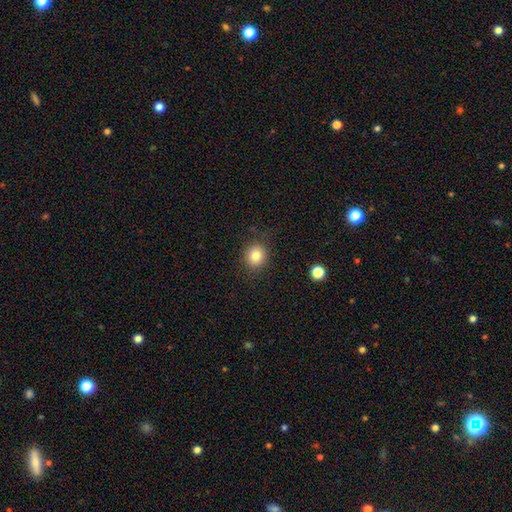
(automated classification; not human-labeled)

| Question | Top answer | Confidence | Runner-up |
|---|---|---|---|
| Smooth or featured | smooth | 82% | star or artifact (11%) |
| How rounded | round | 84% | in between (15%) |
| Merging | none | 87% | minor disturbance (9%) |